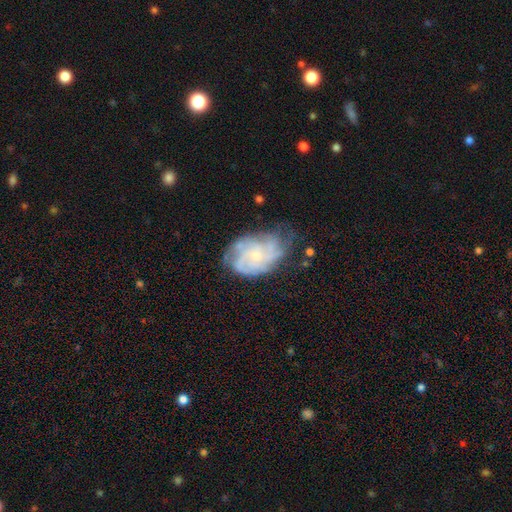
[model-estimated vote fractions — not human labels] A featured or disk galaxy (79%) with no bar (78%), tight (56%) spiral arms (92%) and a small central bulge (74%).

Vote fractions:
- Smooth or featured? featured or disk: 79% / smooth: 13% / star or artifact: 7%
- Edge-on disk? no: 97% / yes: 3%
- Bar? no: 78% / weak: 19% / strong: 3%
- Spiral arms? yes: 92% / no: 8%
- Spiral winding? tight: 56% / medium: 34% / loose: 10%
- Spiral arm count? can't tell: 34% / 4: 25% / 3: 17% / 2: 10% / more than 4: 9% / 1: 5%
- Bulge size? small: 74% / moderate: 22% / none: 2% / large: 1% / dominant: 1%
- Merging? none: 61% / minor disturbance: 26% / major disturbance: 11% / merger: 2%